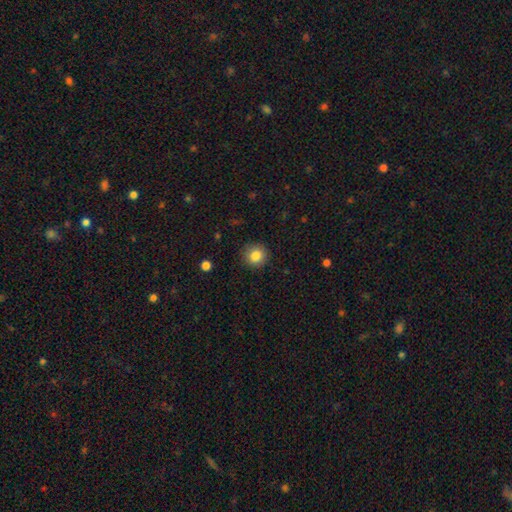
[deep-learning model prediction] Q: Smooth or featured?
A: smooth (83%); runner-up: star or artifact (10%)
Q: How rounded?
A: round (93%); runner-up: in between (6%)
Q: Merging?
A: none (90%); runner-up: minor disturbance (6%)